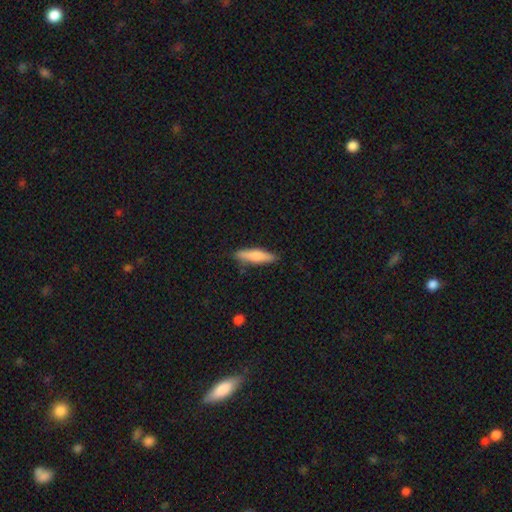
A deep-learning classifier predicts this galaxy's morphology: This is likely a smooth galaxy (73%). How rounded: likely cigar-shaped (75%). Merging: clearly none (86%).